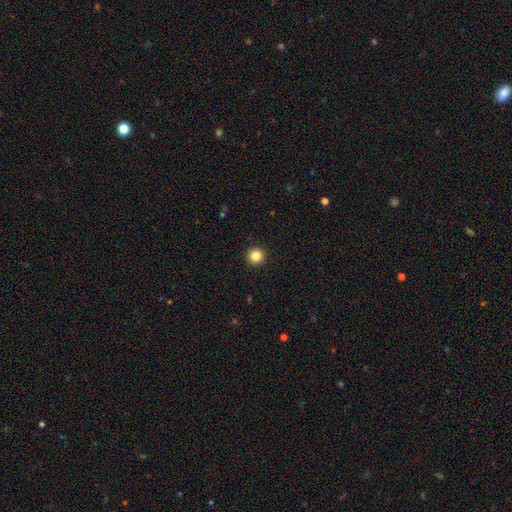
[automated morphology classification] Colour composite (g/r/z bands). It shows a smooth galaxy with no disk features (84%) that is round (96%). Merging: none (94%).